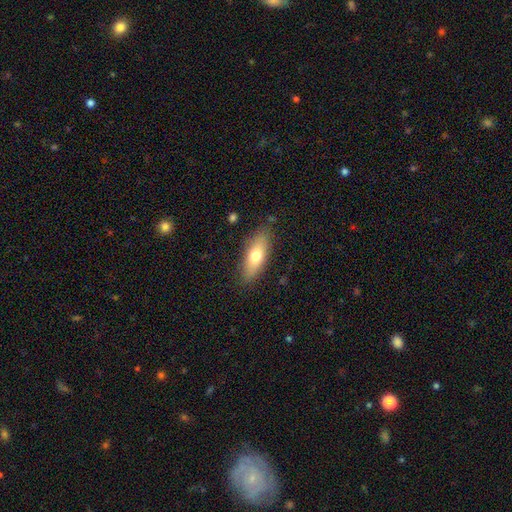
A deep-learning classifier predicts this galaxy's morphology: A smooth galaxy with no disk features (70%) that is in between round and cigar-shaped (62%).

Vote fractions:
- Smooth or featured? smooth: 70% / featured or disk: 24% / star or artifact: 6%
- How rounded? in between: 62% / cigar-shaped: 35% / round: 3%
- Merging? none: 84% / minor disturbance: 12% / major disturbance: 3% / merger: 1%